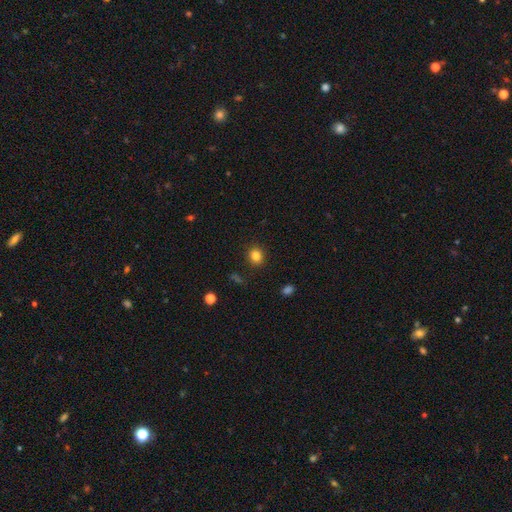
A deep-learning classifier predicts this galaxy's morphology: Smooth or featured?
  - smooth: 83% *
  - star or artifact: 12%
  - featured or disk: 5%
How rounded?
  - round: 77% *
  - in between: 23%
  - cigar-shaped: 1%
Merging?
  - none: 89% *
  - minor disturbance: 7%
  - major disturbance: 2%
  - merger: 1%